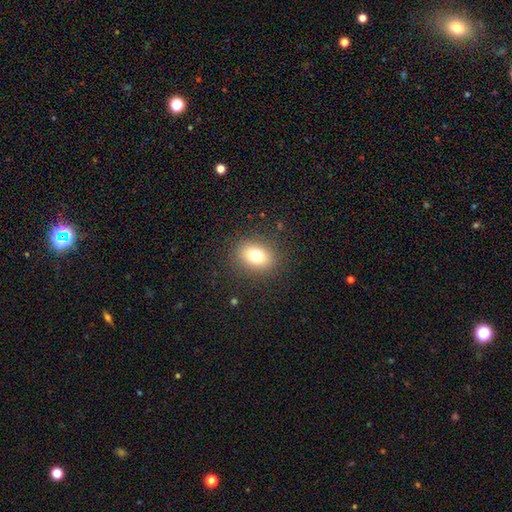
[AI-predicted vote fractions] Smooth or featured: smooth — 77% (star or artifact — 12%)
How rounded: in between — 64% (round — 35%)
Merging: none — 87% (minor disturbance — 8%)